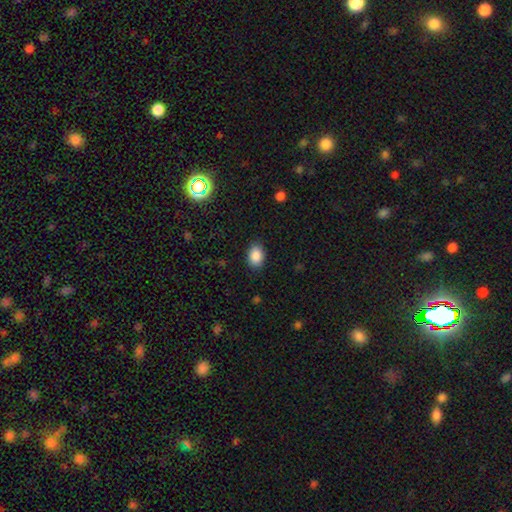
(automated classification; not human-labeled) smooth 88%, star or artifact 8%, featured or disk 4%. Down the decision tree: how rounded — in between (80%); merging — none (87%).